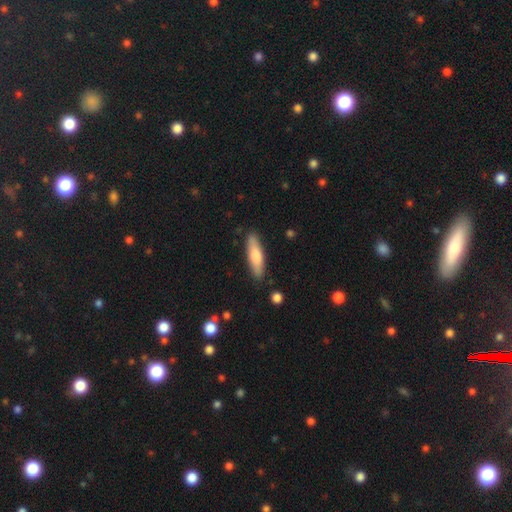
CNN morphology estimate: A smooth galaxy with no disk features (75%) that is cigar-shaped (67%).

Vote fractions:
- Smooth or featured? smooth: 75% / featured or disk: 20% / star or artifact: 5%
- How rounded? cigar-shaped: 67% / in between: 31% / round: 2%
- Merging? none: 85% / minor disturbance: 11% / major disturbance: 2% / merger: 2%